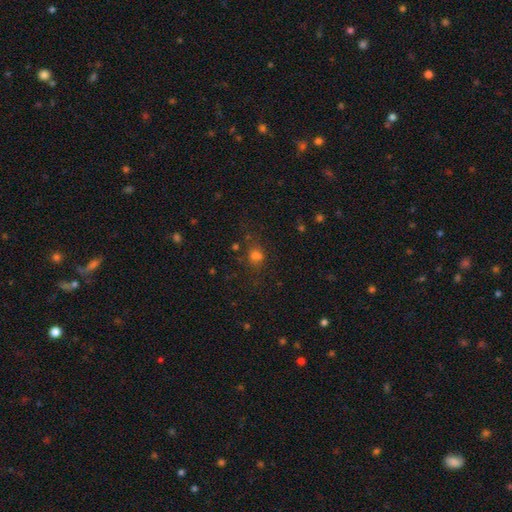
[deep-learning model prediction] Overall: smooth (70%). How rounded: round (60%; in between 38%). Merging: none (61%).